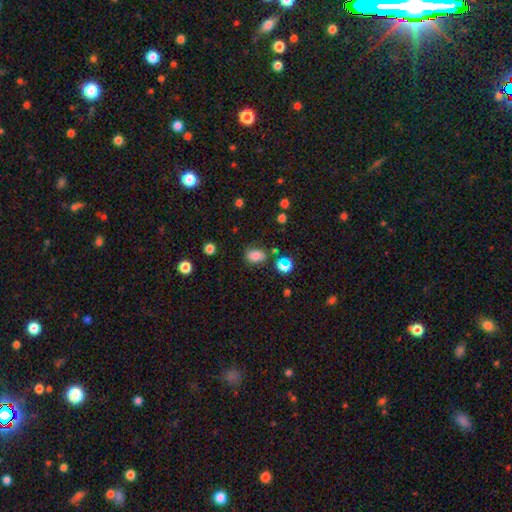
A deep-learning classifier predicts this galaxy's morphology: Smooth or featured?
  - smooth: 77% *
  - star or artifact: 16%
  - featured or disk: 7%
How rounded?
  - in between: 78% *
  - round: 21%
  - cigar-shaped: 1%
Merging?
  - none: 77% *
  - minor disturbance: 15%
  - merger: 4%
  - major disturbance: 4%